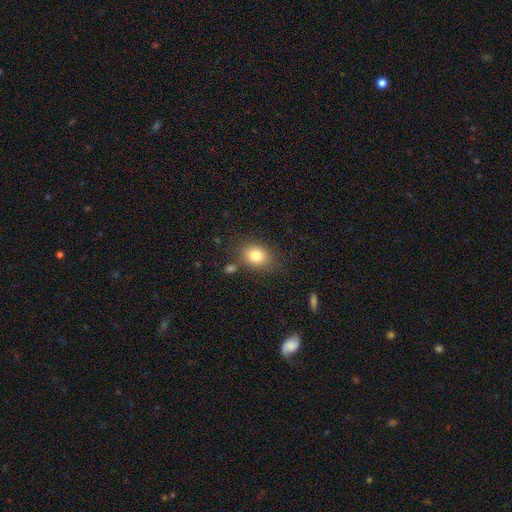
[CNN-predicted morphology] Smooth or featured? smooth (81%)
How rounded? in between (50%)
Merging? none (77%)